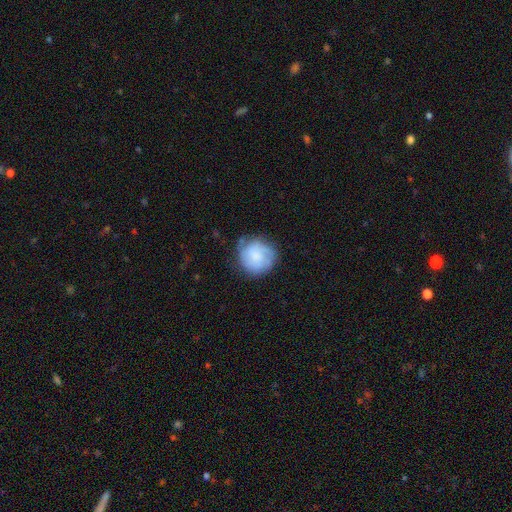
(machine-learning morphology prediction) Smooth or featured? smooth (54%)
How rounded? round (88%)
Merging? none (67%)